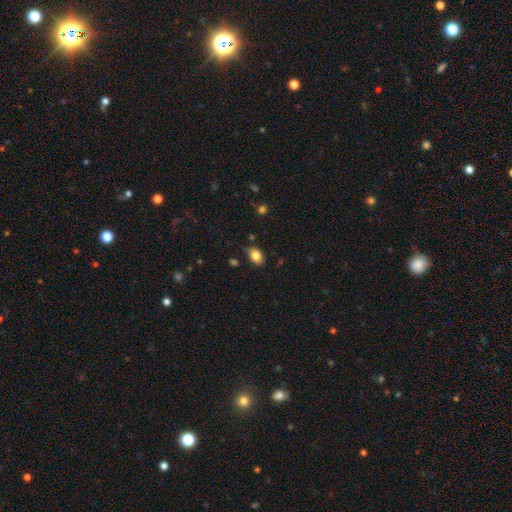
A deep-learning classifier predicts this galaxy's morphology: smooth 82%, star or artifact 9%, featured or disk 8%. Down the decision tree: how rounded — in between (77%); merging — none (72%).